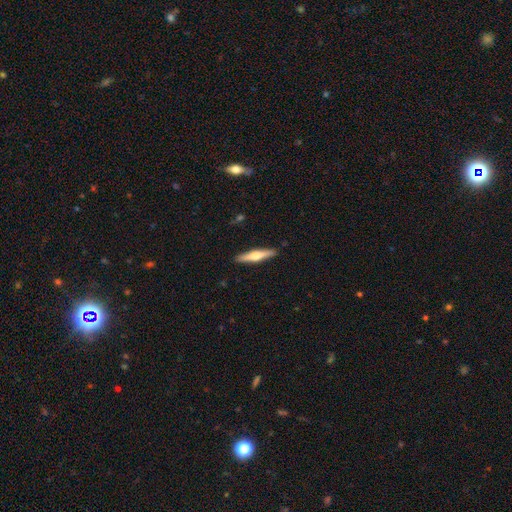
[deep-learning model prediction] Smooth or featured? Predicted: featured or disk (p=0.52). Edge-on disk? Predicted: yes (p=0.96). Edge-on bulge? Predicted: rounded (p=0.89). Merging? Predicted: none (p=0.91).